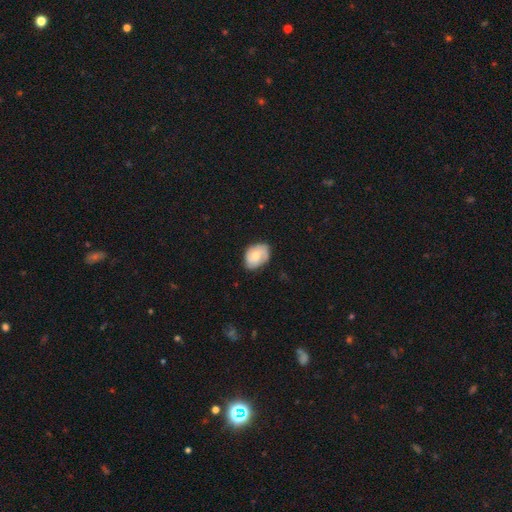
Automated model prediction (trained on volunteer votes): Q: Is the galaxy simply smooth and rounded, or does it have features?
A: smooth — 59%.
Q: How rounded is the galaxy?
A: in between — 72%.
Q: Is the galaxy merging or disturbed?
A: none — 70%.